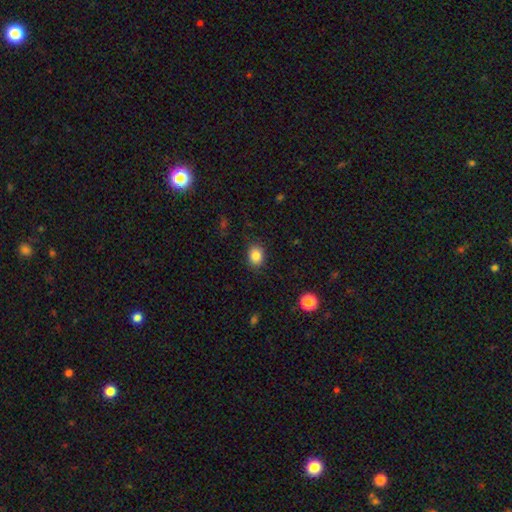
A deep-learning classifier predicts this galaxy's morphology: Smooth or featured?
  - smooth: 85% *
  - star or artifact: 10%
  - featured or disk: 5%
How rounded?
  - in between: 57% *
  - round: 42%
  - cigar-shaped: 1%
Merging?
  - none: 85% *
  - minor disturbance: 11%
  - major disturbance: 3%
  - merger: 1%